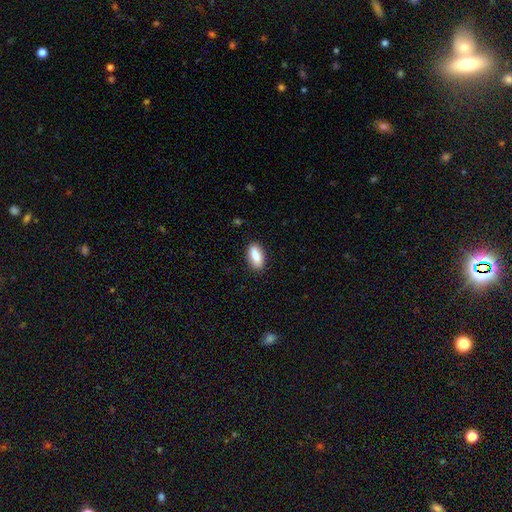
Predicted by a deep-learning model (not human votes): Q: Smooth or featured?
A: smooth (83%); runner-up: featured or disk (11%)
Q: How rounded?
A: in between (85%); runner-up: cigar-shaped (12%)
Q: Merging?
A: none (86%); runner-up: minor disturbance (11%)